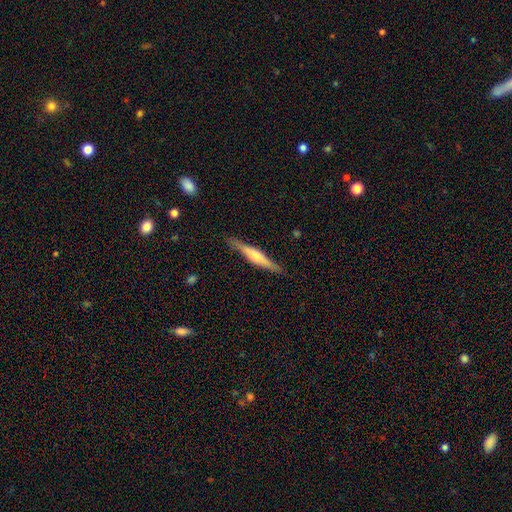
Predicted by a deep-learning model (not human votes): Q: Smooth or featured?
A: featured or disk (64%); runner-up: smooth (30%)
Q: Edge-on disk?
A: yes (96%); runner-up: no (4%)
Q: Edge-on bulge?
A: rounded (85%); runner-up: boxy (10%)
Q: Merging?
A: none (88%); runner-up: minor disturbance (9%)